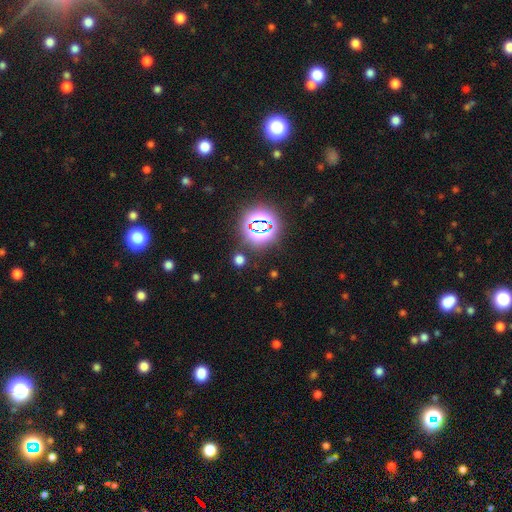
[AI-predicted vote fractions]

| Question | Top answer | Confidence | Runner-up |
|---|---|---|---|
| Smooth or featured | star or artifact | 76% | smooth (17%) |